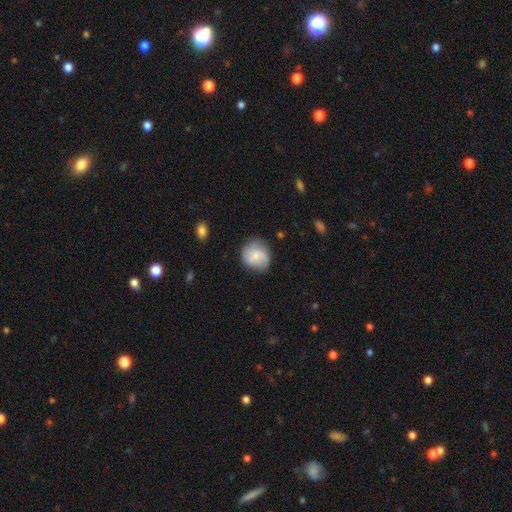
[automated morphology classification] smooth-or-featured: smooth: 63% | featured or disk: 30% | star or artifact: 8%
  how-rounded: round: 79% | in between: 20% | cigar-shaped: 1%
  merging: none: 67% | minor disturbance: 24% | major disturbance: 7% | merger: 2%